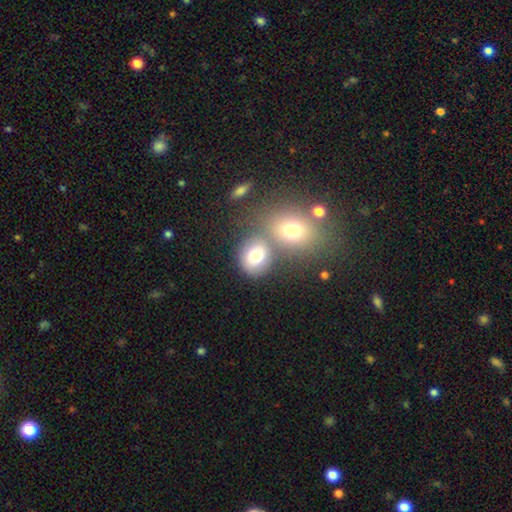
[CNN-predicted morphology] Smooth or featured?
  - smooth: 76% *
  - featured or disk: 12%
  - star or artifact: 12%
How rounded?
  - round: 65% *
  - in between: 34%
  - cigar-shaped: 1%
Merging?
  - none: 54% *
  - merger: 31%
  - minor disturbance: 11%
  - major disturbance: 5%